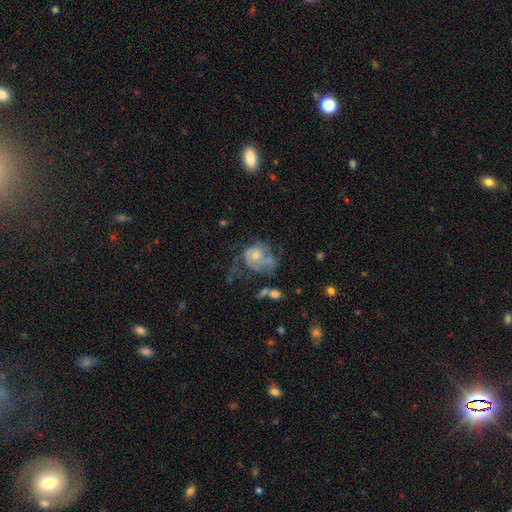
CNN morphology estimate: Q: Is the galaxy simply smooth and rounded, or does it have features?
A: featured or disk — 72%.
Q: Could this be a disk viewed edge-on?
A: no — 97%.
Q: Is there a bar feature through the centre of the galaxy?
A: no — 79%.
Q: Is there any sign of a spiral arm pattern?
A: yes — 80%.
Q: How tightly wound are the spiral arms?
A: tight — 44%.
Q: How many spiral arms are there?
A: can't tell — 36%.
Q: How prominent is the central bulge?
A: moderate — 49%.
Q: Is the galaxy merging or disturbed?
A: none — 38%.